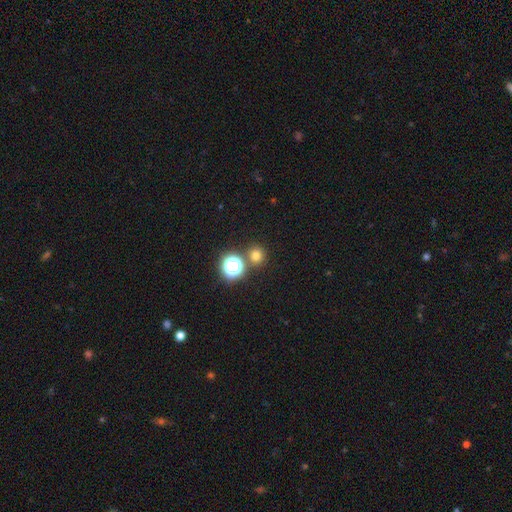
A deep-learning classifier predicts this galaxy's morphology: type=smooth (71%); roundness=round (90%); merging=none (82%).